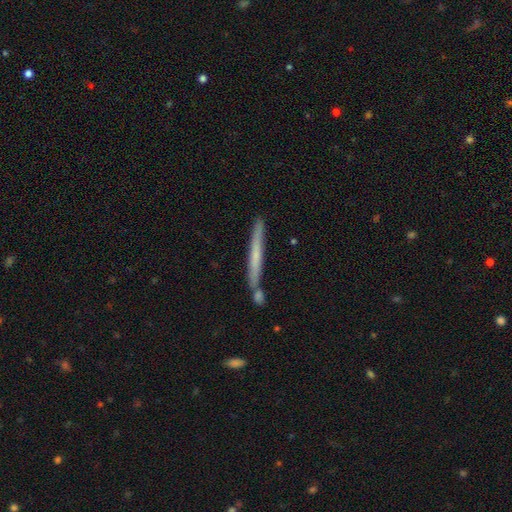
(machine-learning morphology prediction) smooth 50%, featured or disk 44%, star or artifact 6%. Down the decision tree: merging — none (77%).